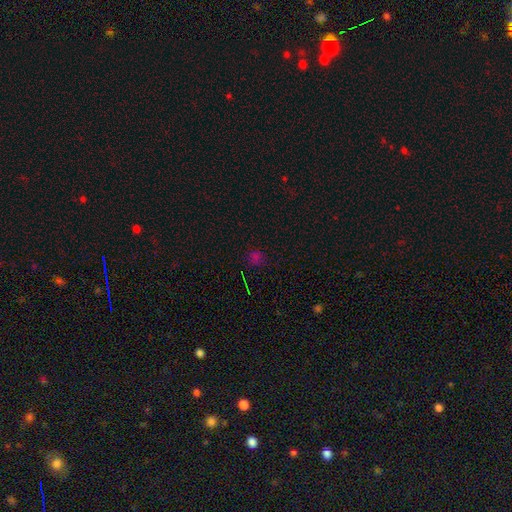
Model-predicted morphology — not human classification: A smooth galaxy with no disk features (55%) that is round (84%).

Vote fractions:
- Smooth or featured? smooth: 55% / star or artifact: 39% / featured or disk: 6%
- How rounded? round: 84% / in between: 14% / cigar-shaped: 2%
- Merging? none: 80% / minor disturbance: 12% / major disturbance: 4% / merger: 3%